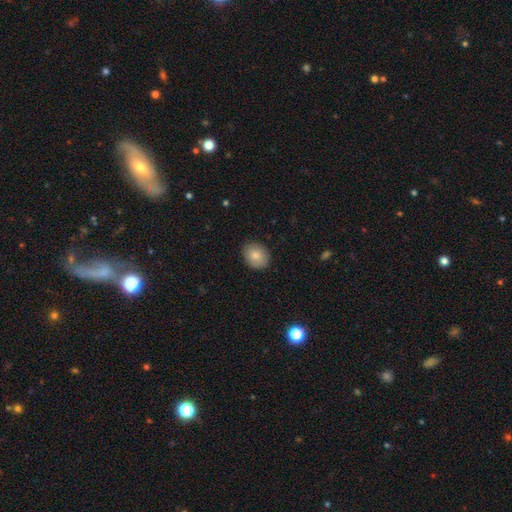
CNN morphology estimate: type=smooth (82%); roundness=round (51%); merging=none (86%).